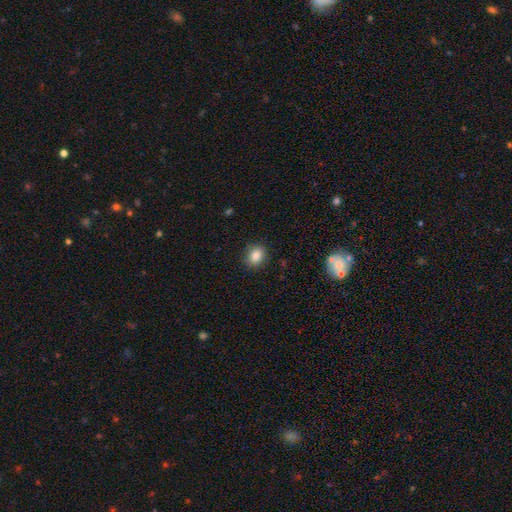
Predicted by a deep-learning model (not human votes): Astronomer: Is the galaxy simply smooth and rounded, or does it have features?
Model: smooth — 85%.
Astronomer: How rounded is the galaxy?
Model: in between — 54% (runner-up: round, 45%).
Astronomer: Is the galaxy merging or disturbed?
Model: none — 87%.